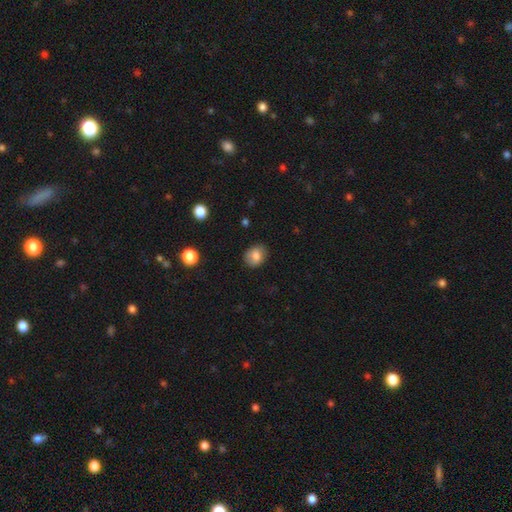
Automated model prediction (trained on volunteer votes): Morphology: type=smooth (77%); roundness=round (51%); merging=none (75%).